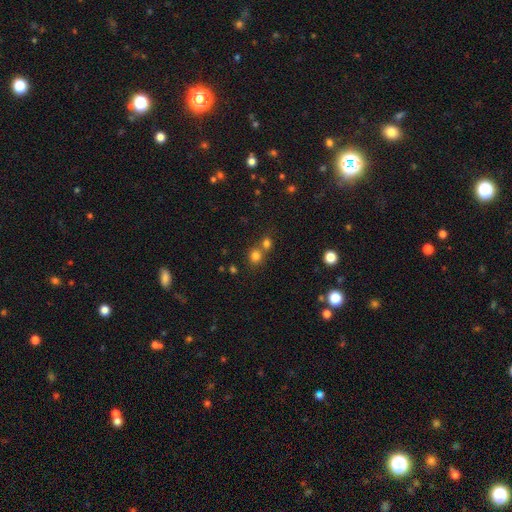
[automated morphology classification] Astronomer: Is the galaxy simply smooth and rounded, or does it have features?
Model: smooth — 76%.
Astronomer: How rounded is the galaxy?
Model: round — 85%.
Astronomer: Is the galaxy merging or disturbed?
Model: none — 55% (runner-up: merger, 36%).